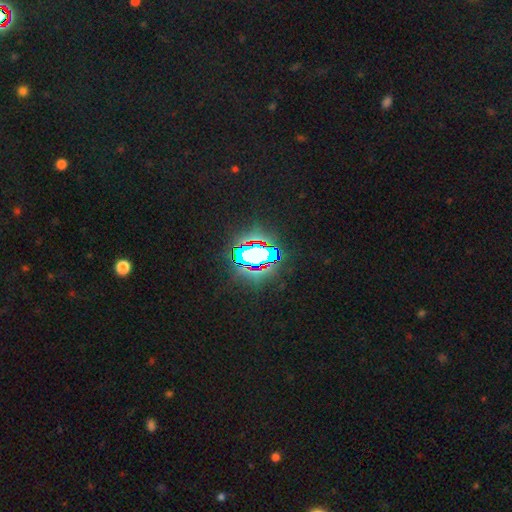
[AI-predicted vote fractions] The model was most divided on "smooth or featured": star or artifact: 66%, smooth: 20%, featured or disk: 15%.